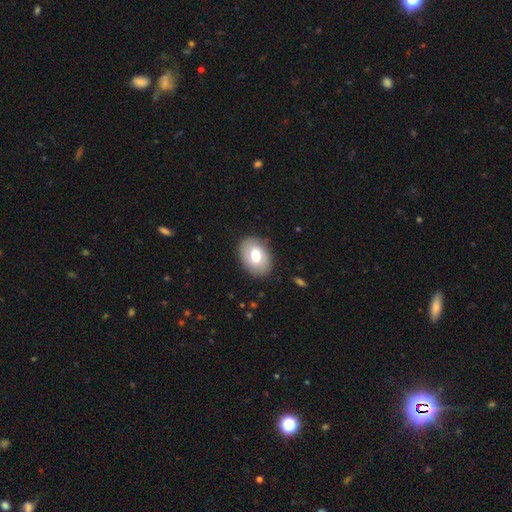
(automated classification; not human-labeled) This appears to be a smooth galaxy with no disk features (72%) that is in between round and cigar-shaped (84%). Merging: none (86%).